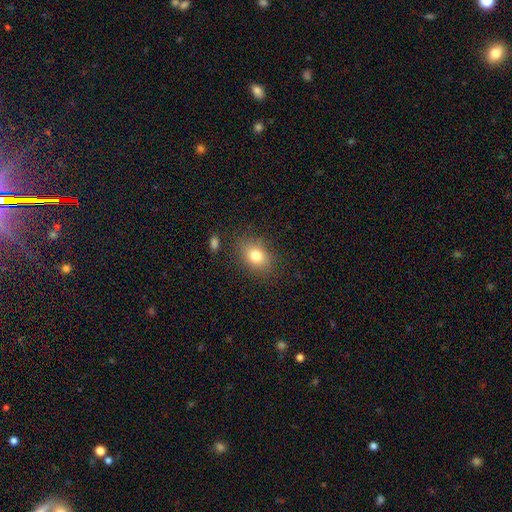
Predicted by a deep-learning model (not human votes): Morphology: type=smooth (79%); roundness=in between (70%); merging=none (82%).